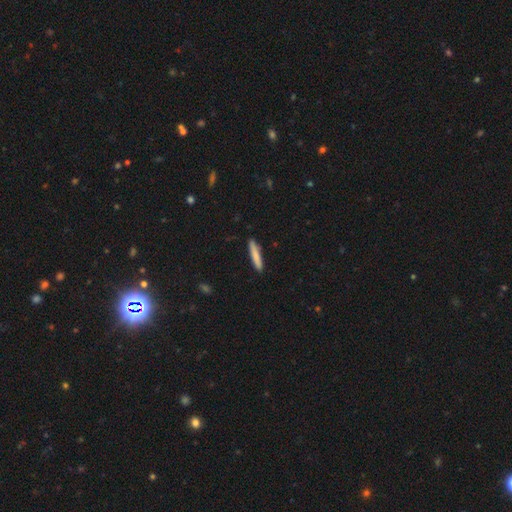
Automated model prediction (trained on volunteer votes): smooth_or_featured: smooth (p=0.81) [alt: featured or disk p=0.14]
how_rounded: cigar-shaped (p=0.92) [alt: in between p=0.07]
merging: none (p=0.89) [alt: minor disturbance p=0.08]